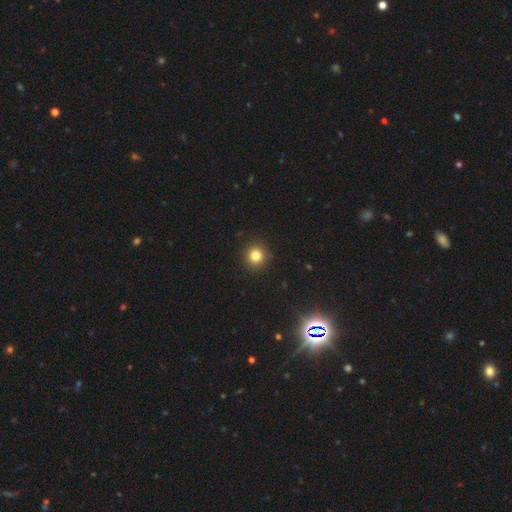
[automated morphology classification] Smooth or featured? Predicted: smooth (p=0.81). How rounded? Predicted: round (p=0.93). Merging? Predicted: none (p=0.92).